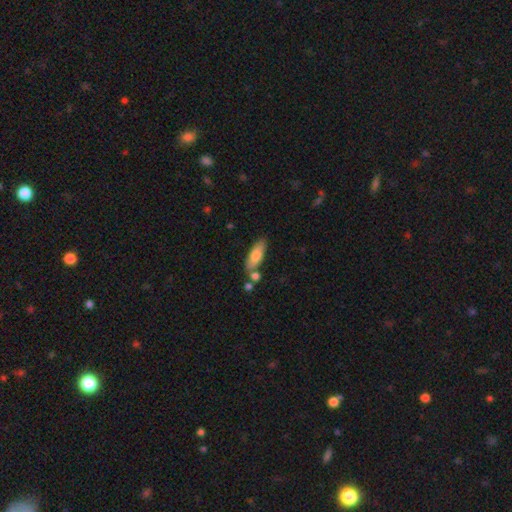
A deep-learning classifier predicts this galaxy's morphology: Smooth or featured?
  - smooth: 76% *
  - featured or disk: 18%
  - star or artifact: 6%
How rounded?
  - in between: 65% *
  - cigar-shaped: 33%
  - round: 2%
Merging?
  - none: 67% *
  - minor disturbance: 16%
  - merger: 13%
  - major disturbance: 4%